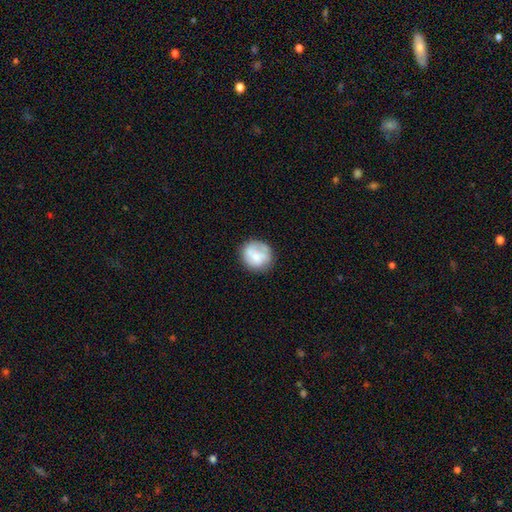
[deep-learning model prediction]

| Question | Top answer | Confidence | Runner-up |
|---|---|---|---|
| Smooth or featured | smooth | 60% | featured or disk (33%) |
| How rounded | round | 85% | in between (14%) |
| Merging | none | 67% | minor disturbance (21%) |